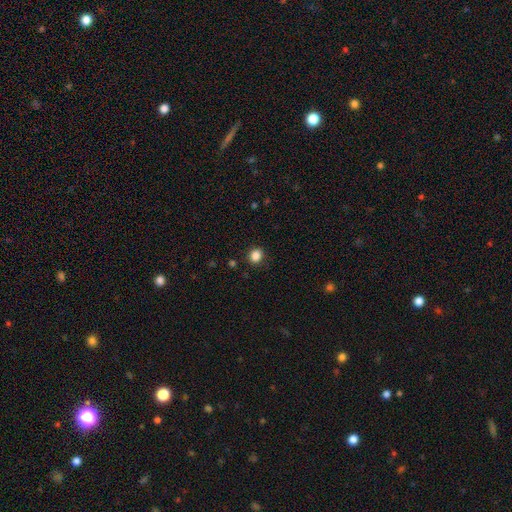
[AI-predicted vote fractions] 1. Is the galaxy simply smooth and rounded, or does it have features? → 85% smooth, 11% star or artifact, 4% featured or disk.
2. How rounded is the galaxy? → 72% round, 27% in between, 1% cigar-shaped.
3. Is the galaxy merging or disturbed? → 89% none, 8% minor disturbance, 2% major disturbance, 1% merger.